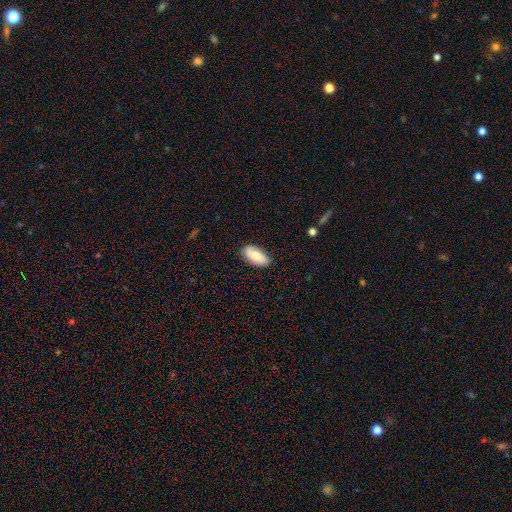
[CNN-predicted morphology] A smooth galaxy with no disk features (69%) that is in between round and cigar-shaped (93%).

Vote fractions:
- Smooth or featured? smooth: 69% / featured or disk: 24% / star or artifact: 7%
- How rounded? in between: 93% / cigar-shaped: 4% / round: 3%
- Merging? none: 81% / minor disturbance: 15% / major disturbance: 3% / merger: 1%